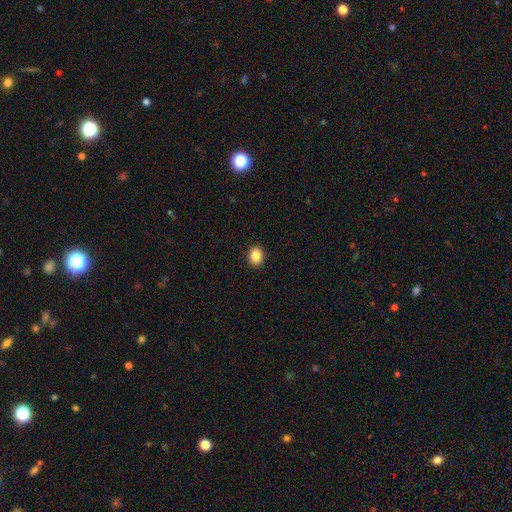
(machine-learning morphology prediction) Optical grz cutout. It shows a smooth galaxy with no disk features (87%) that is round (53%). Merging: none (92%).